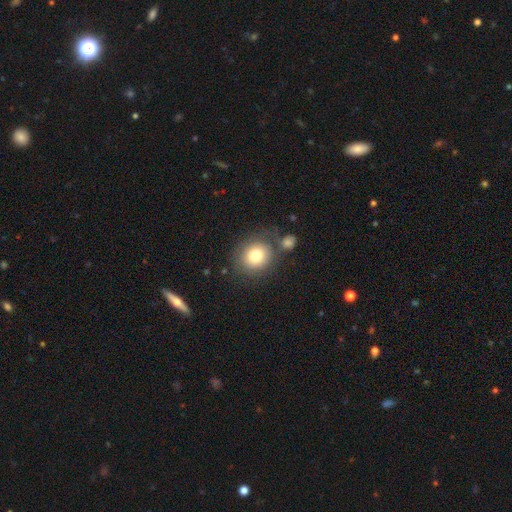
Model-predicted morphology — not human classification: A smooth galaxy with no disk features (79%) that is round (82%).

Vote fractions:
- Smooth or featured? smooth: 79% / featured or disk: 12% / star or artifact: 9%
- How rounded? round: 82% / in between: 17% / cigar-shaped: 1%
- Merging? none: 69% / minor disturbance: 13% / merger: 12% / major disturbance: 6%